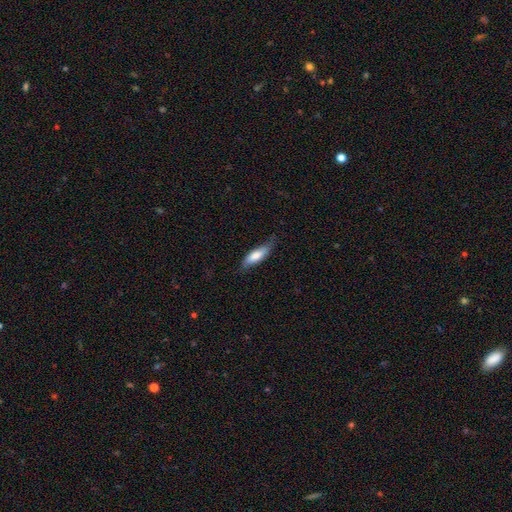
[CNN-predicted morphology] Smooth or featured? smooth (73%)
How rounded? in between (51%)
Merging? none (64%)